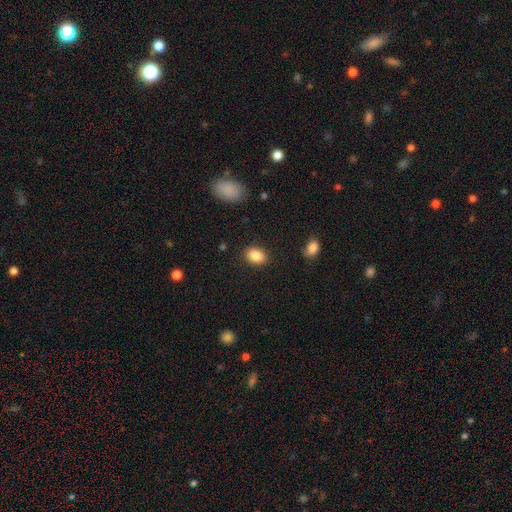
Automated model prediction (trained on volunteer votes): Smooth or featured: smooth — 86% (star or artifact — 8%)
How rounded: in between — 74% (round — 25%)
Merging: none — 87% (minor disturbance — 9%)